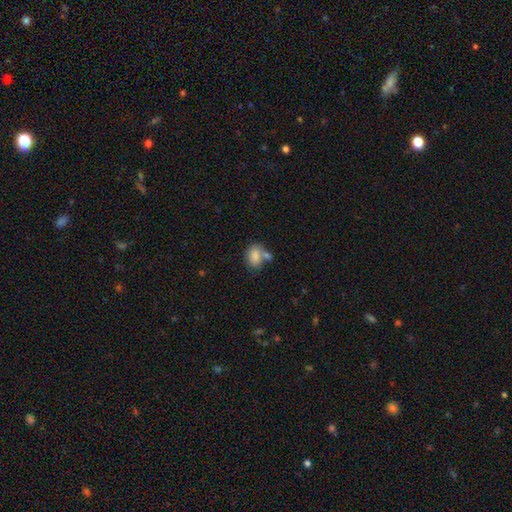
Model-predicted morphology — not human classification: Smooth or featured? smooth (83%)
How rounded? in between (78%)
Merging? none (43%)